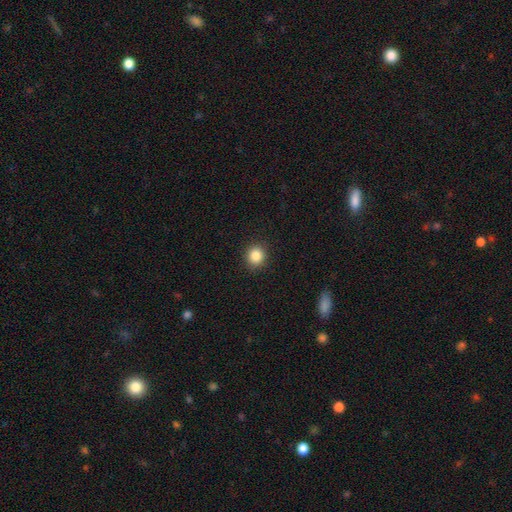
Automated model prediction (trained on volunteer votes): Q: Smooth or featured?
A: smooth (86%); runner-up: star or artifact (10%)
Q: How rounded?
A: round (87%); runner-up: in between (12%)
Q: Merging?
A: none (91%); runner-up: minor disturbance (6%)